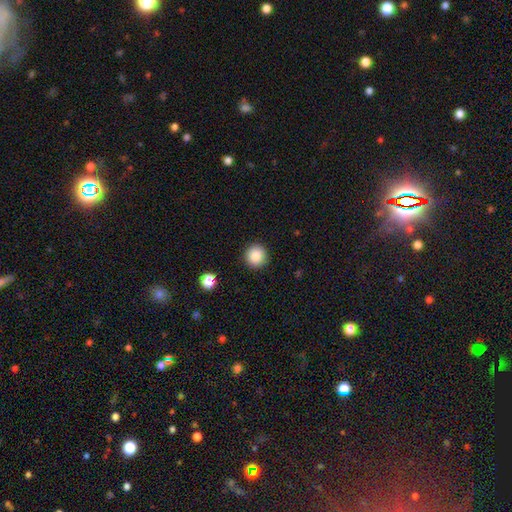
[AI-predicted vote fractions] Smooth or featured?
  - smooth: 87% *
  - star or artifact: 9%
  - featured or disk: 4%
How rounded?
  - round: 95% *
  - in between: 5%
  - cigar-shaped: 1%
Merging?
  - none: 91% *
  - minor disturbance: 6%
  - major disturbance: 2%
  - merger: 1%